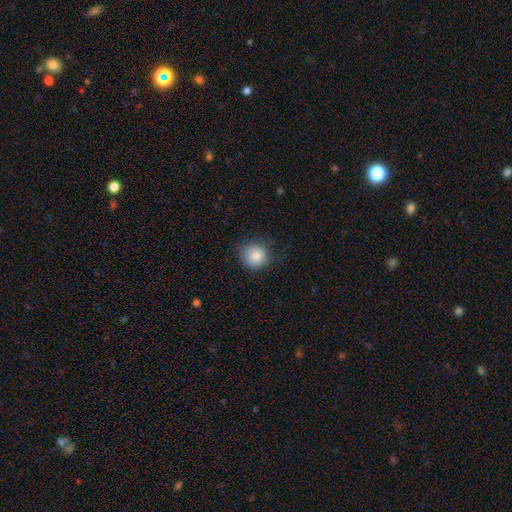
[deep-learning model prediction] Smooth or featured? Predicted: smooth (p=0.84). How rounded? Predicted: round (p=0.90). Merging? Predicted: none (p=0.78).